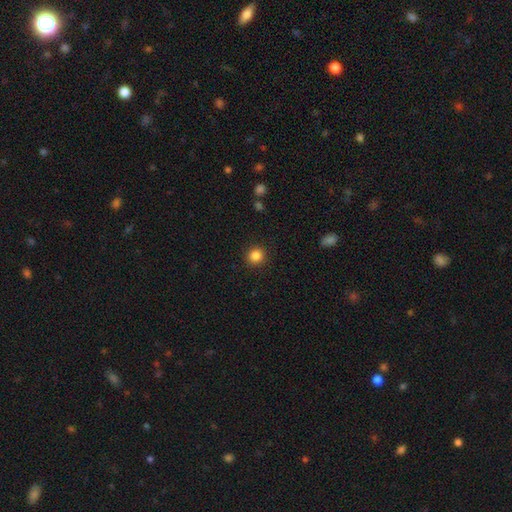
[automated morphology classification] The model was most divided on "smooth or featured": smooth: 85%, star or artifact: 11%, featured or disk: 4%. More confident: merging — none (91%); how rounded — round (91%).